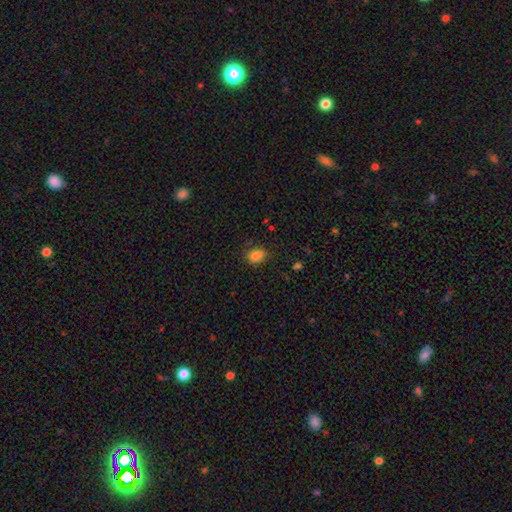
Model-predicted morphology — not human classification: Smooth or featured? smooth (84%)
How rounded? in between (75%)
Merging? none (75%)